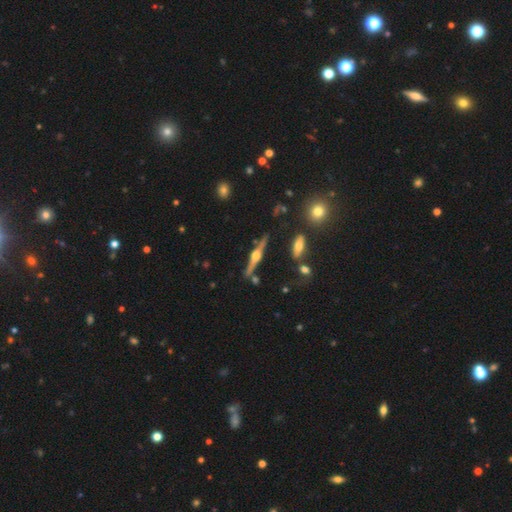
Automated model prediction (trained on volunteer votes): Smooth or featured?
  - featured or disk: 84% *
  - smooth: 10%
  - star or artifact: 5%
Edge-on disk?
  - yes: 98% *
  - no: 2%
Edge-on bulge?
  - rounded: 94% *
  - boxy: 5%
  - none: 2%
Merging?
  - none: 84% *
  - minor disturbance: 10%
  - merger: 4%
  - major disturbance: 2%